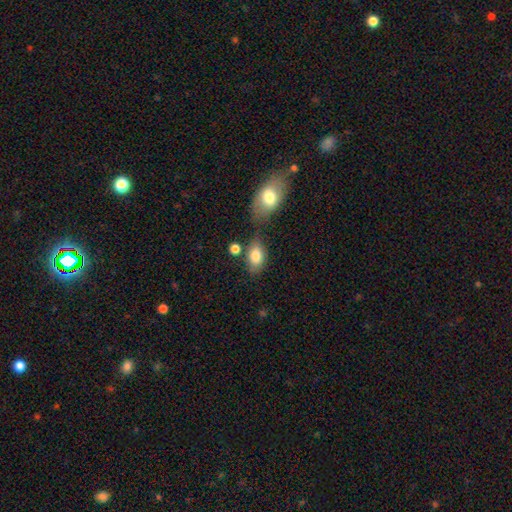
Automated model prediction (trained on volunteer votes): Smooth or featured? Predicted: smooth (p=0.82). How rounded? Predicted: in between (p=0.88). Merging? Predicted: none (p=0.58).